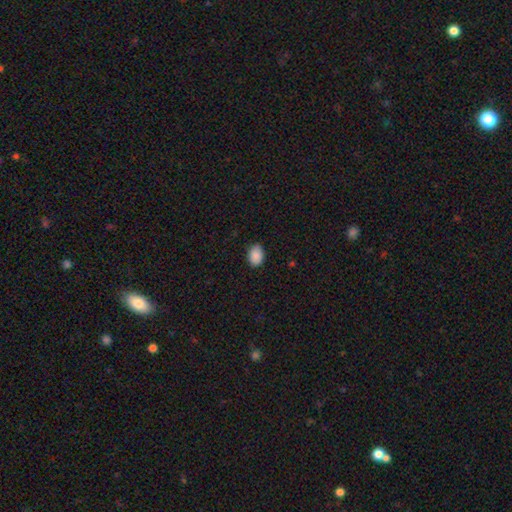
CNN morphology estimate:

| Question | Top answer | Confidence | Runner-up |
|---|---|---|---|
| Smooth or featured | smooth | 90% | star or artifact (7%) |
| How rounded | in between | 81% | round (18%) |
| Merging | none | 85% | minor disturbance (12%) |